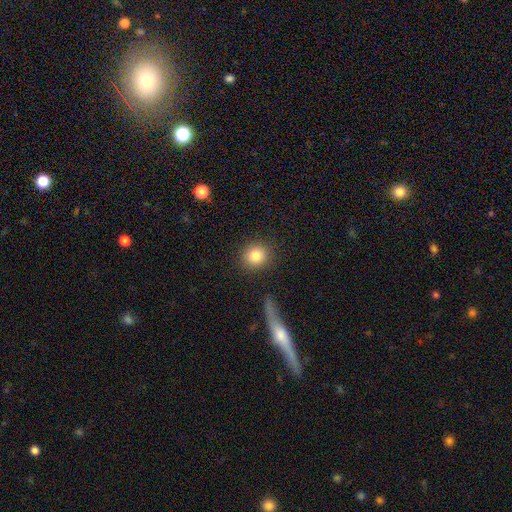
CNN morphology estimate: Smooth or featured?
  - smooth: 83% *
  - star or artifact: 9%
  - featured or disk: 8%
How rounded?
  - round: 86% *
  - in between: 13%
  - cigar-shaped: 1%
Merging?
  - none: 87% *
  - minor disturbance: 7%
  - major disturbance: 3%
  - merger: 3%